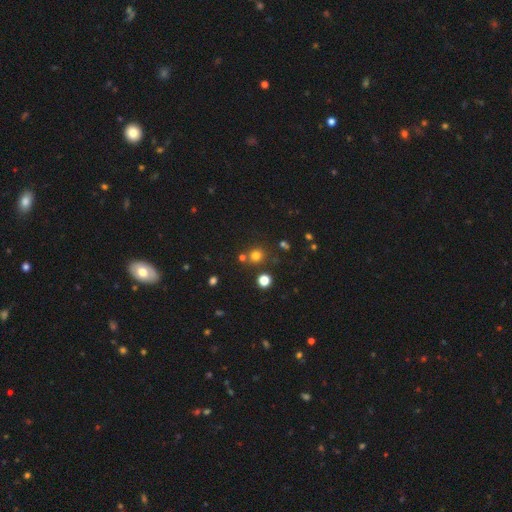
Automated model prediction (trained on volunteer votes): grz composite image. It shows a smooth galaxy with no disk features (74%) that is round (89%). Merging: none (76%).